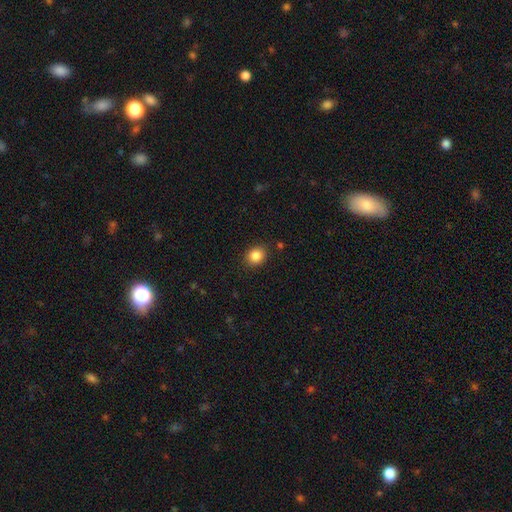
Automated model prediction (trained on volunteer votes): This appears to be a smooth galaxy with no disk features (86%) that is round (67%). Merging: none (86%).